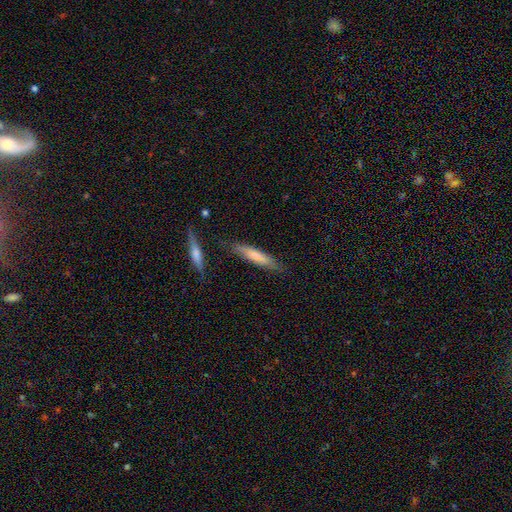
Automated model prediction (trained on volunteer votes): smooth-or-featured: smooth: 72% | featured or disk: 22% | star or artifact: 6%
  how-rounded: cigar-shaped: 87% | in between: 12% | round: 1%
  merging: none: 79% | minor disturbance: 13% | merger: 5% | major disturbance: 3%